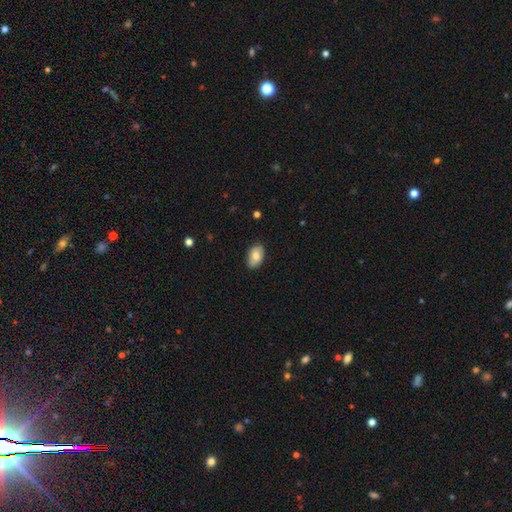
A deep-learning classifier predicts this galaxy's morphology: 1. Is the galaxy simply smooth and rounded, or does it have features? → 78% smooth, 15% featured or disk, 7% star or artifact.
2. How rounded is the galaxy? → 91% in between, 8% round, 1% cigar-shaped.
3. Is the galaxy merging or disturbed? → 83% none, 14% minor disturbance, 2% major disturbance, 1% merger.